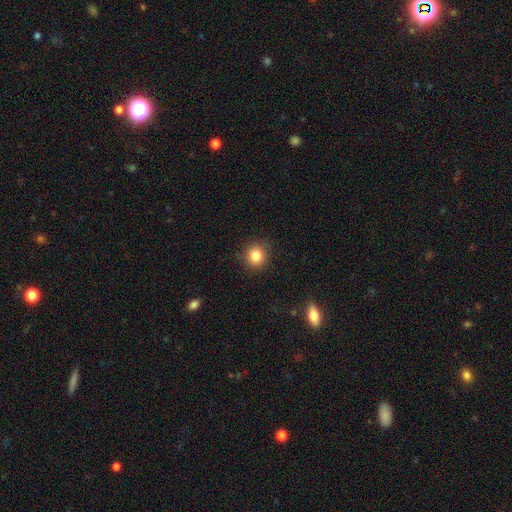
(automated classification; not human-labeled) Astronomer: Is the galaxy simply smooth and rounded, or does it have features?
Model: smooth — 84%.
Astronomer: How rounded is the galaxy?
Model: round — 87%.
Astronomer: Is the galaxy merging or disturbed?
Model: none — 87%.